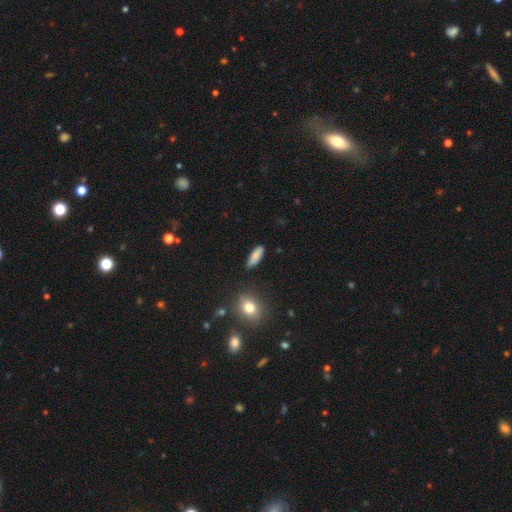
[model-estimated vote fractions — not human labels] Smooth or featured? smooth (84%)
How rounded? cigar-shaped (53%)
Merging? none (83%)